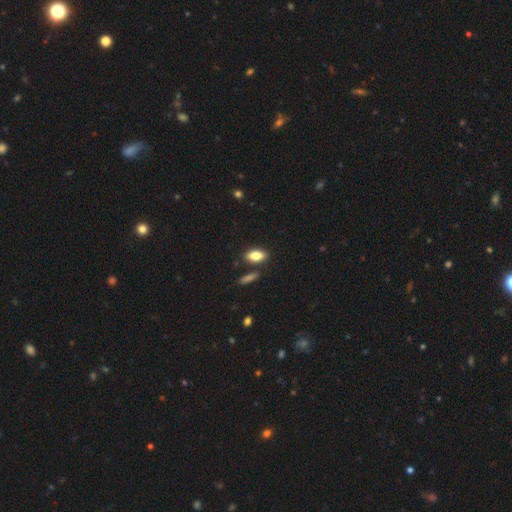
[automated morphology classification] Overall: smooth (83%). How rounded: in between (86%). Merging: none (81%).